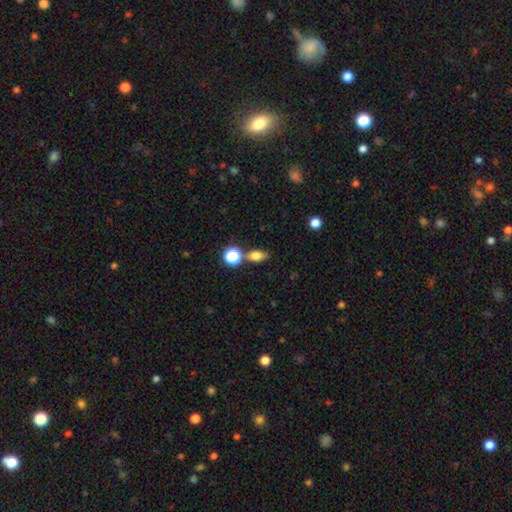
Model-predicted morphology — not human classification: This appears to be a smooth galaxy with no disk features (76%) that is in between round and cigar-shaped (71%). Merging: none (69%).